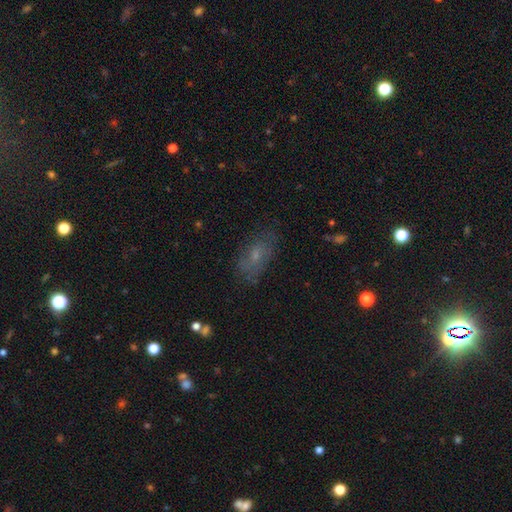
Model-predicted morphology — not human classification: Q: Smooth or featured?
A: smooth (51%); runner-up: featured or disk (33%)
Q: How rounded?
A: in between (83%); runner-up: cigar-shaped (9%)
Q: Merging?
A: none (68%); runner-up: minor disturbance (20%)